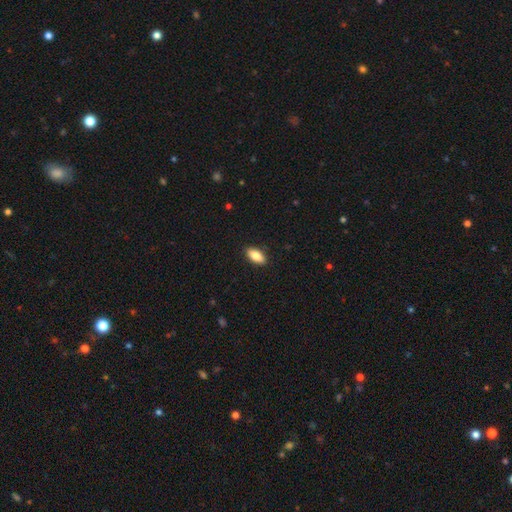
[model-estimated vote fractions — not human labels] Morphology: type=smooth (83%); roundness=in between (90%); merging=none (90%).